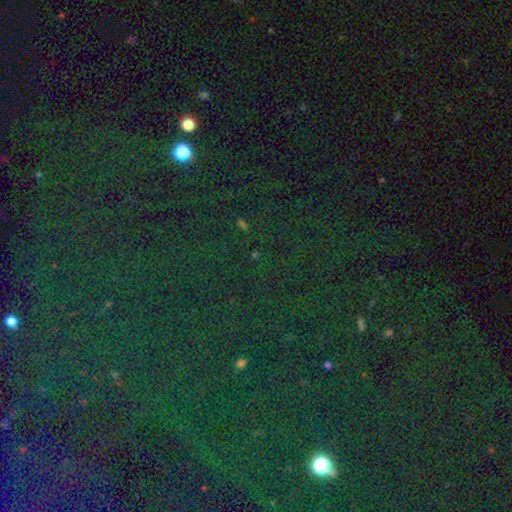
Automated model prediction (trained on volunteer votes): Overall: star or artifact (73%).